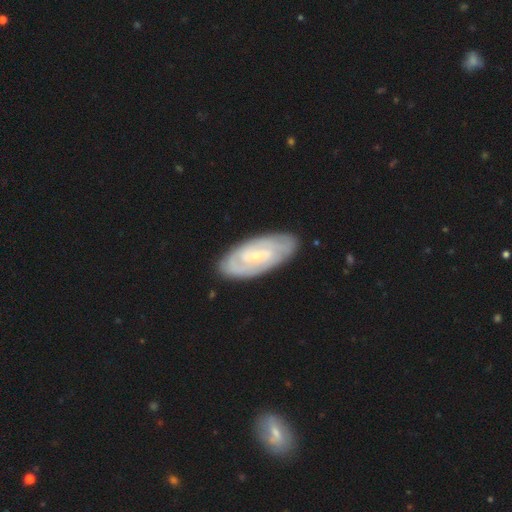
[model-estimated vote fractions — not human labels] smooth-or-featured: featured or disk: 70% | smooth: 24% | star or artifact: 5%
  disk-edge-on: no: 92% | yes: 8%
    bar: weak: 49% | no: 30% | strong: 22%
    has-spiral-arms: yes: 82% | no: 18%
      spiral-winding: tight: 66% | medium: 25% | loose: 9%
      spiral-arm-count: can't tell: 48% | 2: 34% | 3: 7% | 4: 5% | 1: 3% | more than 4: 3%
    bulge-size: small: 75% | moderate: 19% | none: 4% | large: 1% | dominant: 1%
  merging: none: 84% | minor disturbance: 12% | major disturbance: 3% | merger: 1%